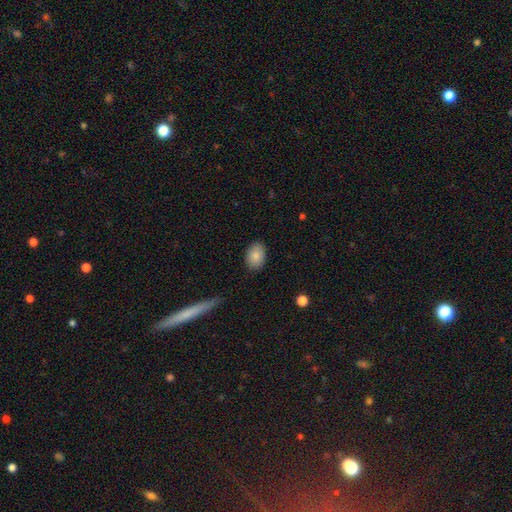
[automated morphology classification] A smooth galaxy with no disk features (86%) that is in between round and cigar-shaped (82%). Merging: none (87%).